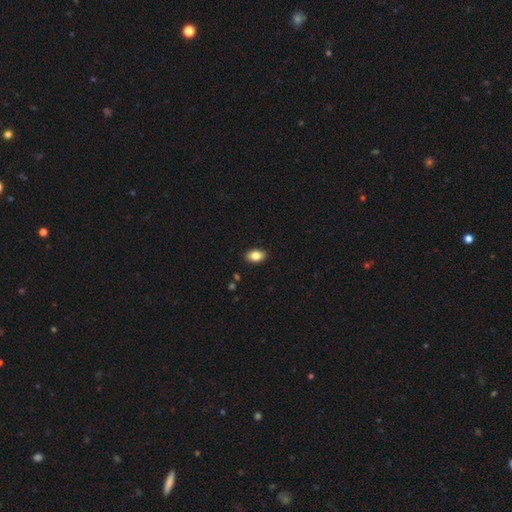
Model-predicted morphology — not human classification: Smooth or featured? Predicted: smooth (p=0.83). How rounded? Predicted: in between (p=0.87). Merging? Predicted: none (p=0.90).